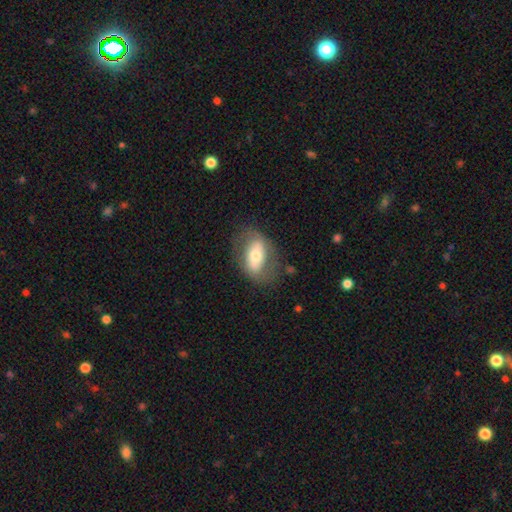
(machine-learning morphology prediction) Q: Smooth or featured?
A: smooth (50%); runner-up: featured or disk (44%)
Q: Merging?
A: none (70%); runner-up: minor disturbance (18%)